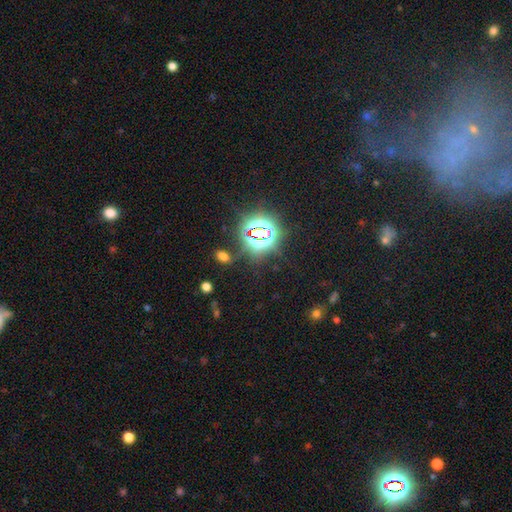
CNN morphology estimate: Overall: star or artifact (57%; smooth 24%).